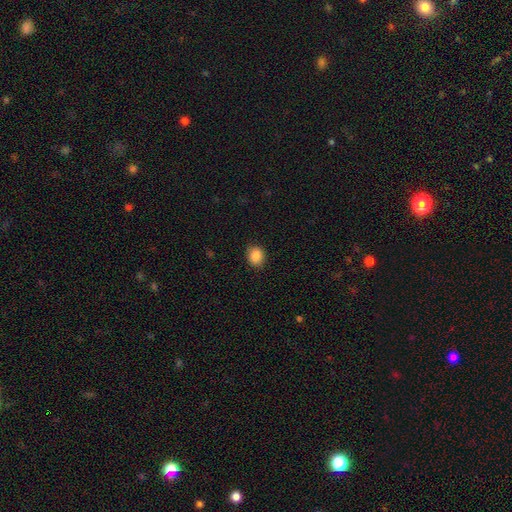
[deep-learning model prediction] Smooth or featured? smooth (88%)
How rounded? round (60%)
Merging? none (87%)